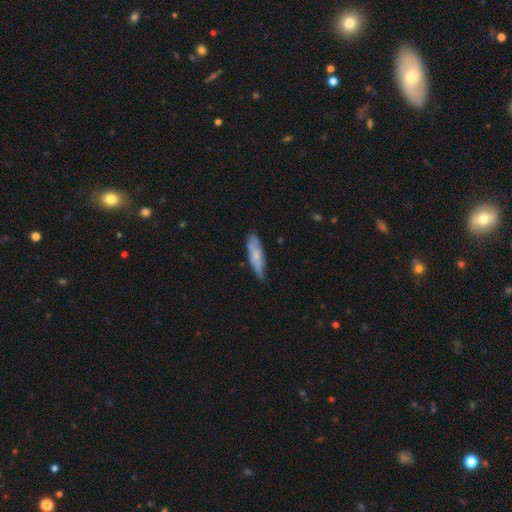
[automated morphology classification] The model was most divided on "smooth or featured": smooth: 59%, featured or disk: 35%, star or artifact: 6%. More confident: merging — none (67%); how rounded — cigar-shaped (63%).